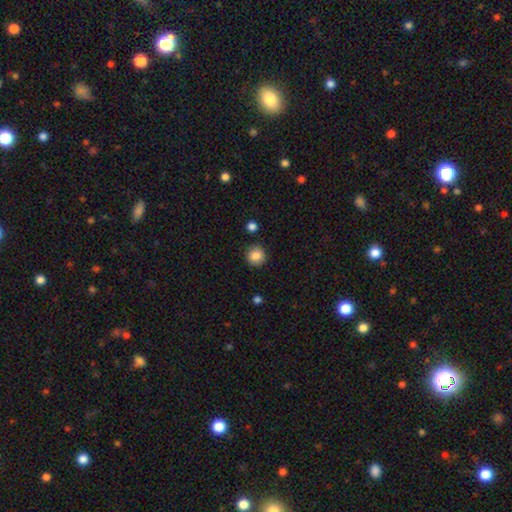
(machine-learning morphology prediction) smooth_or_featured: smooth (p=0.86) [alt: star or artifact p=0.09]
how_rounded: round (p=0.92) [alt: in between p=0.07]
merging: none (p=0.90) [alt: minor disturbance p=0.06]